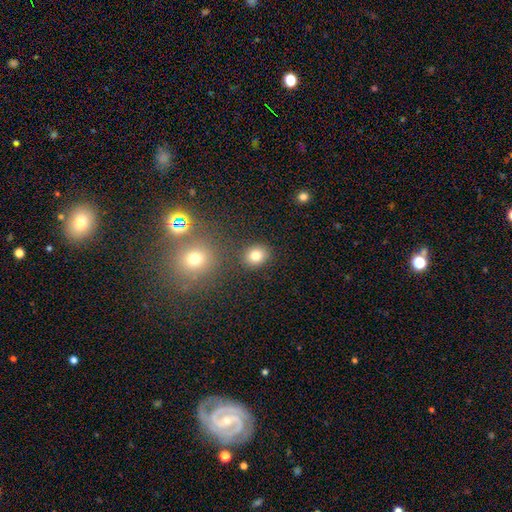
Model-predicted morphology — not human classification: Smooth or featured? Predicted: smooth (p=0.80). How rounded? Predicted: round (p=0.69). Merging? Predicted: none (p=0.84).